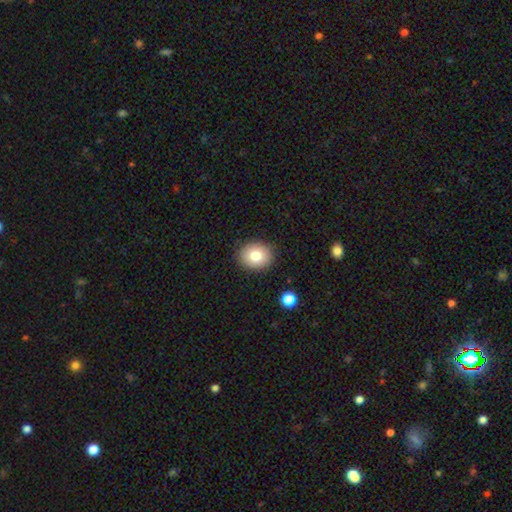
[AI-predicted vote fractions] Overall: smooth (79%). How rounded: round (60%; in between 39%). Merging: none (89%).